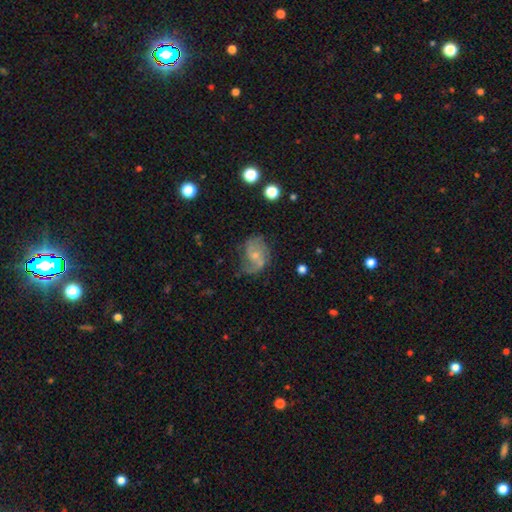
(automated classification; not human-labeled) smooth-or-featured: featured or disk: 70% | smooth: 21% | star or artifact: 8%
  disk-edge-on: no: 97% | yes: 3%
    bar: no: 64% | weak: 31% | strong: 5%
    has-spiral-arms: yes: 87% | no: 13%
      spiral-winding: medium: 45% | loose: 33% | tight: 22%
      spiral-arm-count: 2: 66% | can't tell: 16% | 1: 8% | 3: 6% | 4: 2% | more than 4: 2%
    bulge-size: small: 63% | moderate: 30% | none: 5% | large: 2% | dominant: 1%
  merging: none: 53% | minor disturbance: 26% | major disturbance: 18% | merger: 3%